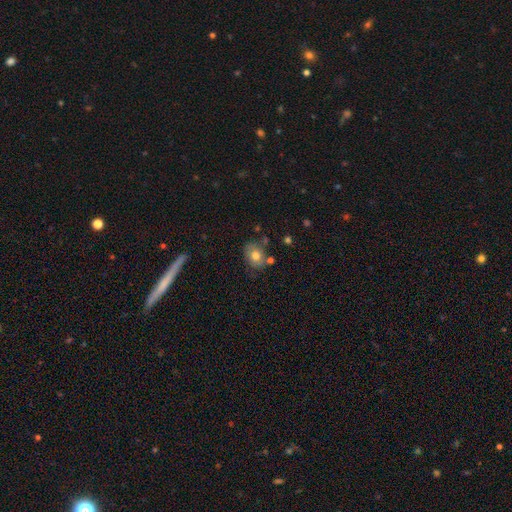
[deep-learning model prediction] The model was most divided on "how rounded": in between: 56%, round: 43%, cigar-shaped: 1%. More confident: smooth or featured — smooth (72%); merging — none (67%).